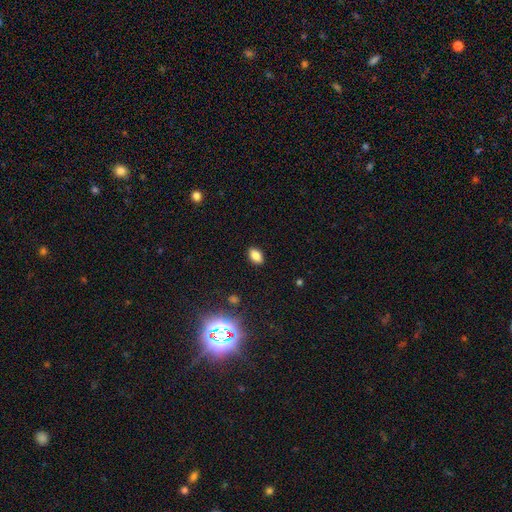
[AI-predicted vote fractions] Q: Smooth or featured?
A: smooth (82%); runner-up: star or artifact (11%)
Q: How rounded?
A: in between (89%); runner-up: round (8%)
Q: Merging?
A: none (88%); runner-up: minor disturbance (8%)